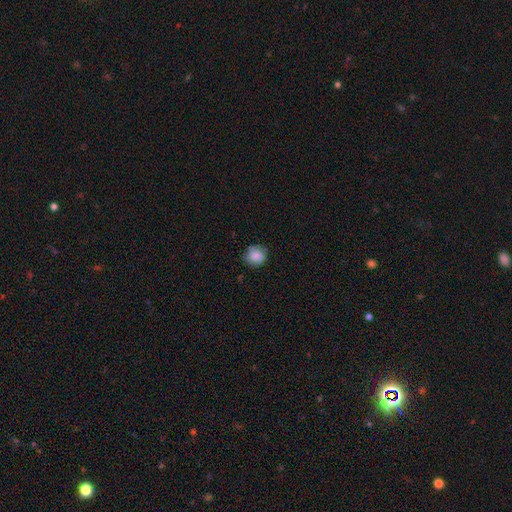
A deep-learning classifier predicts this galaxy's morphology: Smooth or featured: smooth — 82% (featured or disk — 10%)
How rounded: round — 86% (in between — 13%)
Merging: none — 77% (minor disturbance — 18%)